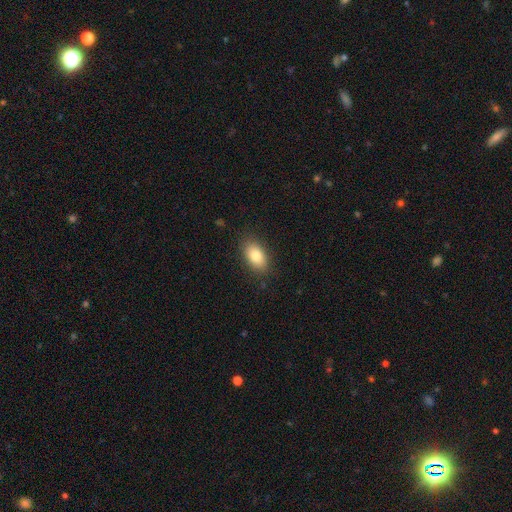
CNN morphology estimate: Q: Smooth or featured?
A: smooth (82%); runner-up: featured or disk (10%)
Q: How rounded?
A: in between (90%); runner-up: round (8%)
Q: Merging?
A: none (86%); runner-up: minor disturbance (11%)